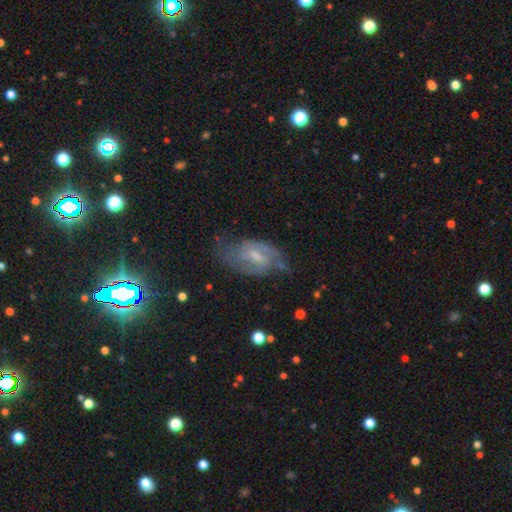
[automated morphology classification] smooth_or_featured: featured or disk (p=0.76) [alt: smooth p=0.16]
disk_edge_on: no (p=0.96) [alt: yes p=0.04]
bar: weak (p=0.60) [alt: no p=0.23]
has_spiral_arms: yes (p=0.90) [alt: no p=0.10]
spiral_winding: medium (p=0.50) [alt: tight p=0.27]
spiral_arm_count: 2 (p=0.77) [alt: can't tell p=0.13]
bulge_size: small (p=0.45) [alt: moderate p=0.41]
merging: none (p=0.62) [alt: minor disturbance p=0.23]